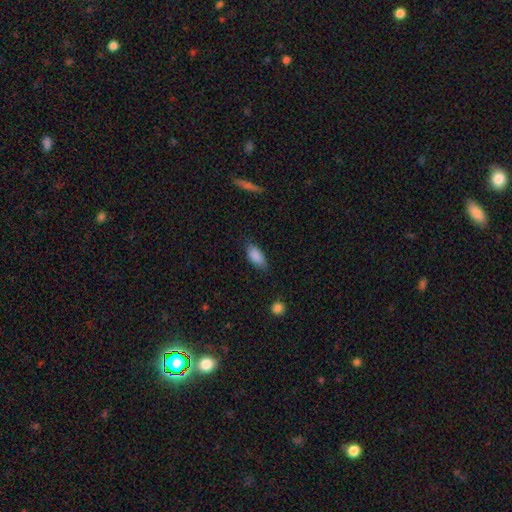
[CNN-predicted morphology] Smooth or featured? smooth (87%)
How rounded? in between (88%)
Merging? none (77%)